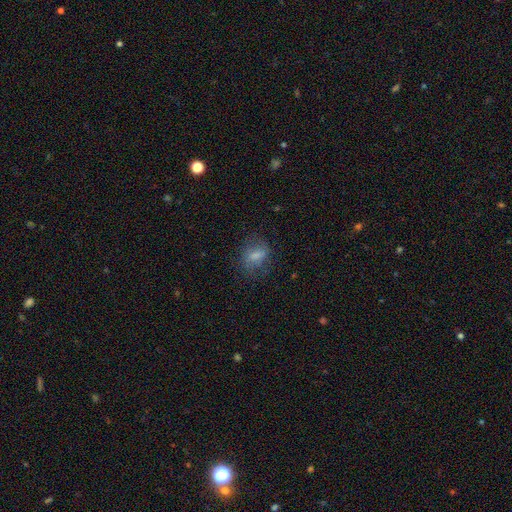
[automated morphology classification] type=smooth (67%); roundness=in between (67%); merging=none (66%).